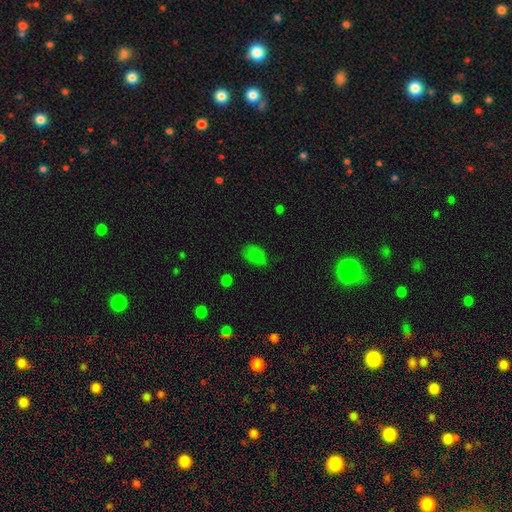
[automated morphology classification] This appears to be a smooth galaxy with no disk features (79%) that is in between round and cigar-shaped (87%). Merging: none (69%).